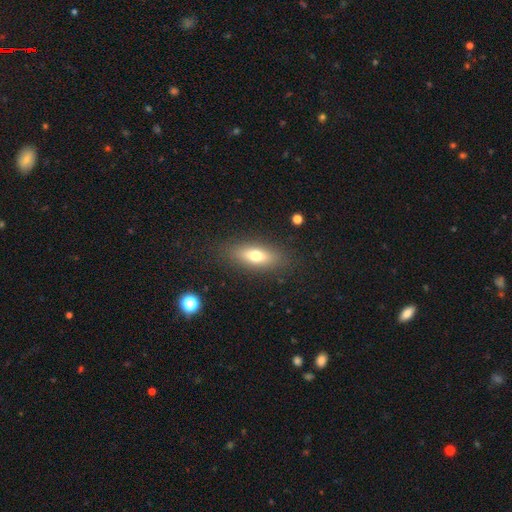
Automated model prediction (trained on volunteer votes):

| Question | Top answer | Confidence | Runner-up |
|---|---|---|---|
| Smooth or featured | smooth | 66% | featured or disk (25%) |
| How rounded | in between | 67% | cigar-shaped (27%) |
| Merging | none | 86% | minor disturbance (9%) |